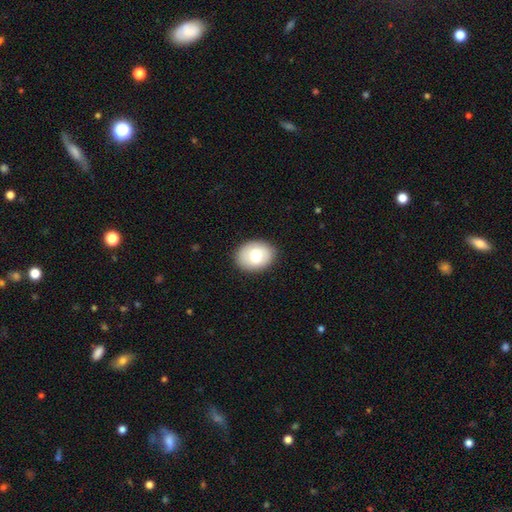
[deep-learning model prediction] smooth-or-featured: smooth: 74% | featured or disk: 19% | star or artifact: 7%
  how-rounded: in between: 61% | round: 38% | cigar-shaped: 1%
  merging: none: 88% | minor disturbance: 9% | major disturbance: 2% | merger: 1%